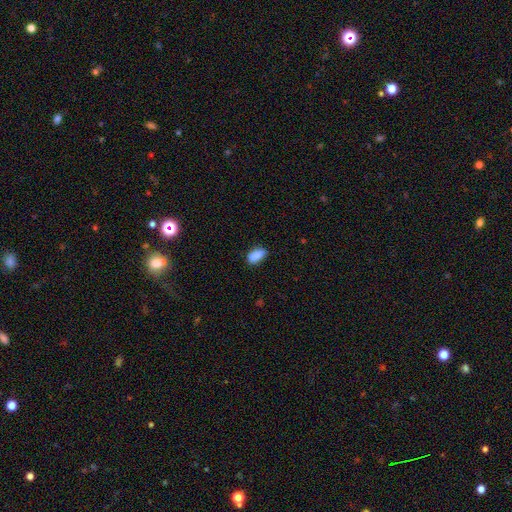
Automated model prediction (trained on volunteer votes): smooth 88%, star or artifact 8%, featured or disk 4%. Down the decision tree: how rounded — in between (88%); merging — none (76%).